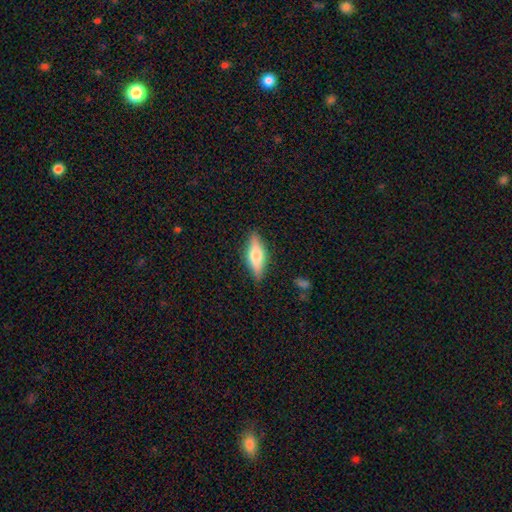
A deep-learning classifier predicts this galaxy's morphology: Overall: smooth (56%; featured or disk 37%). How rounded: in between (51%; cigar-shaped 47%). Merging: none (85%).